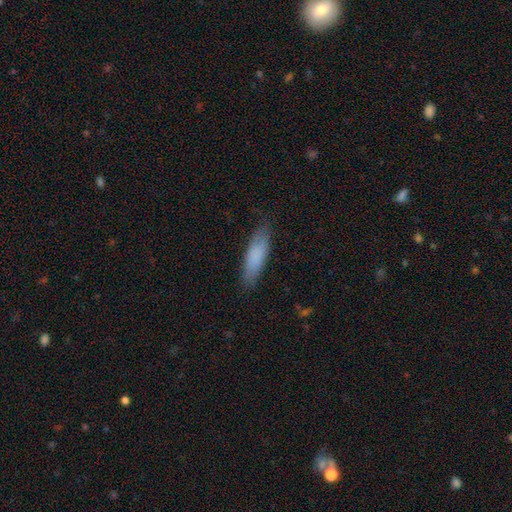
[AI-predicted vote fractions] Q: Smooth or featured?
A: smooth (83%); runner-up: featured or disk (11%)
Q: How rounded?
A: cigar-shaped (54%); runner-up: in between (44%)
Q: Merging?
A: none (82%); runner-up: minor disturbance (14%)